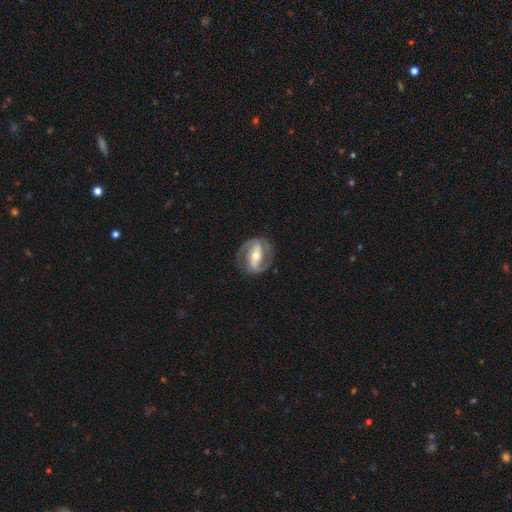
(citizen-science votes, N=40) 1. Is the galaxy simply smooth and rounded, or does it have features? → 90% featured or disk, 8% star or artifact, 2% smooth.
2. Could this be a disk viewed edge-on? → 97% no, 3% yes.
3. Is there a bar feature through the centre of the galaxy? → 69% strong, 23% weak, 9% no.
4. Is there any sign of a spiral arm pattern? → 89% yes, 11% no.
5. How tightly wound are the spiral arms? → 58% medium, 29% tight, 13% loose.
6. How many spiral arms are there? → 97% 2, 3% can't tell, 0% 1, 0% 3, 0% 4, 0% more than 4.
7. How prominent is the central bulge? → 60% moderate, 37% small, 3% large, 0% dominant, 0% none.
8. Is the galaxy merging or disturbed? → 81% none, 11% minor disturbance, 8% major disturbance, 0% merger.